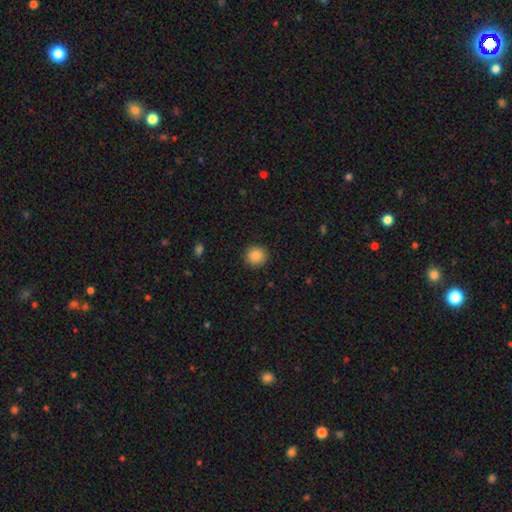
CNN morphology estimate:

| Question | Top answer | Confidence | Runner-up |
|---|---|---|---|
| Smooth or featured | smooth | 88% | star or artifact (9%) |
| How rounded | round | 90% | in between (9%) |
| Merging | none | 90% | minor disturbance (7%) |